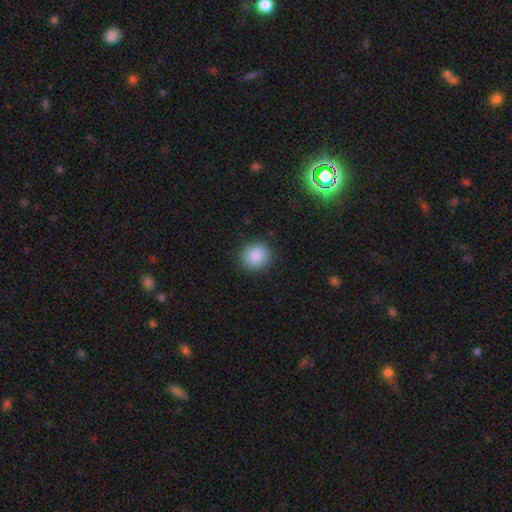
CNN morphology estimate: Smooth or featured: smooth — 88% (star or artifact — 8%)
How rounded: round — 86% (in between — 13%)
Merging: none — 88% (minor disturbance — 8%)